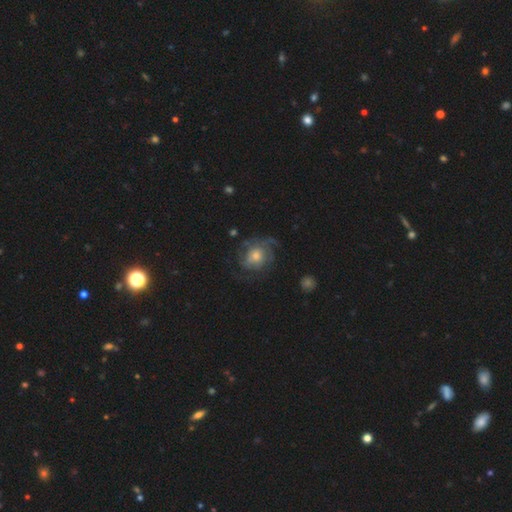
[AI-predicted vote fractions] Smooth or featured: featured or disk — 71% (smooth — 20%)
Edge-on disk: no — 97% (yes — 3%)
Bar: no — 76% (weak — 20%)
Spiral arms: yes — 88% (no — 12%)
Spiral winding: tight — 47% (medium — 38%)
Spiral arm count: can't tell — 35% (3 — 25%)
Bulge size: moderate — 57% (small — 27%)
Merging: none — 64% (minor disturbance — 19%)